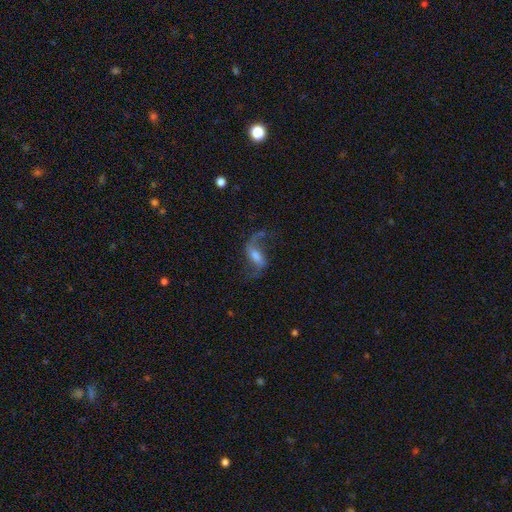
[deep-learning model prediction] Morphology: type=featured or disk (82%); edge-on=no (95%); bar=weak (45%); spiral arms=yes (94%); winding=loose (83%); arm count=2 (86%); bulge=moderate (49%); merging=none (66%).